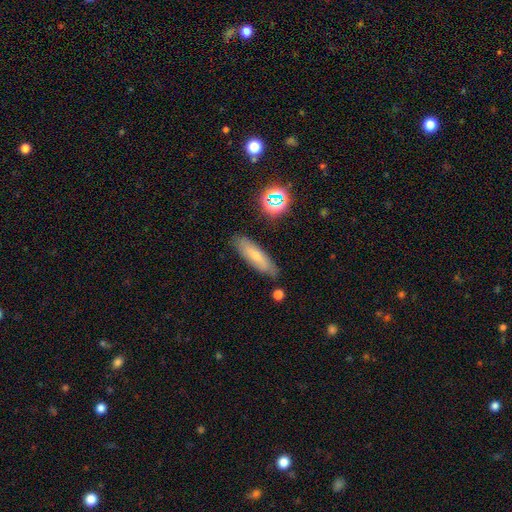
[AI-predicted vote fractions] Smooth or featured? smooth (64%)
How rounded? cigar-shaped (64%)
Merging? none (81%)